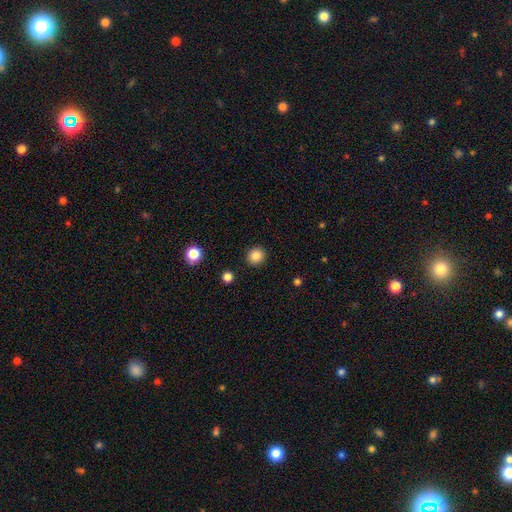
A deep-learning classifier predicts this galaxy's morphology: This is clearly a smooth galaxy (85%). How rounded: clearly round (89%). Merging: clearly none (92%).